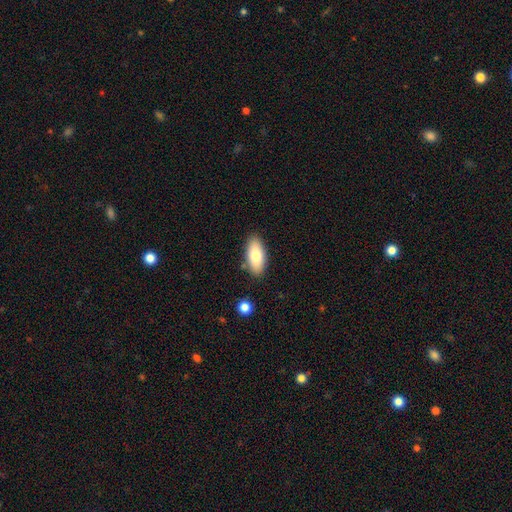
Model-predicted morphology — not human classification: smooth_or_featured: smooth (p=0.78) [alt: featured or disk p=0.16]
how_rounded: in between (p=0.88) [alt: cigar-shaped p=0.10]
merging: none (p=0.84) [alt: minor disturbance p=0.11]